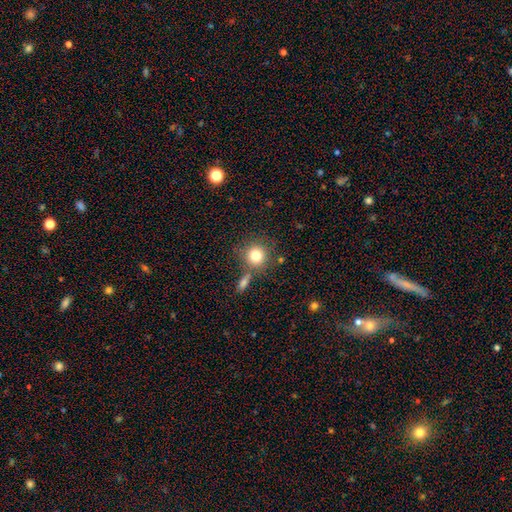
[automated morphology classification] smooth 80%, star or artifact 11%, featured or disk 9%. Down the decision tree: how rounded — round (91%); merging — none (71%).